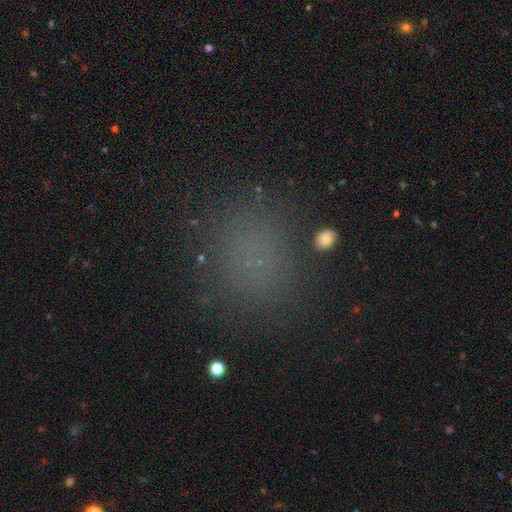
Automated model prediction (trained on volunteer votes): Q: Smooth or featured?
A: smooth (69%); runner-up: star or artifact (24%)
Q: How rounded?
A: round (73%); runner-up: in between (26%)
Q: Merging?
A: none (84%); runner-up: minor disturbance (10%)